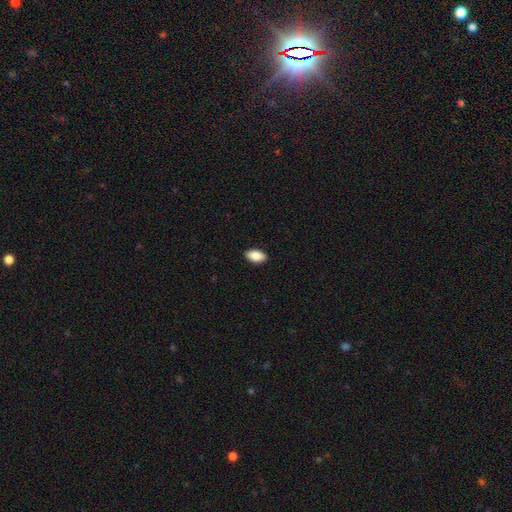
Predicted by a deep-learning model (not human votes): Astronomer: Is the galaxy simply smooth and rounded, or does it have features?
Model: smooth — 88%.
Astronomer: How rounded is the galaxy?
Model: in between — 94%.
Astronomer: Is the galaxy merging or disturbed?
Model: none — 90%.